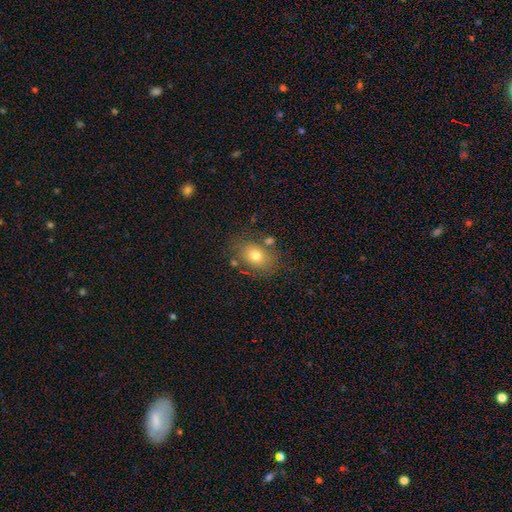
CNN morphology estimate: Smooth or featured? smooth (73%)
How rounded? in between (69%)
Merging? none (71%)